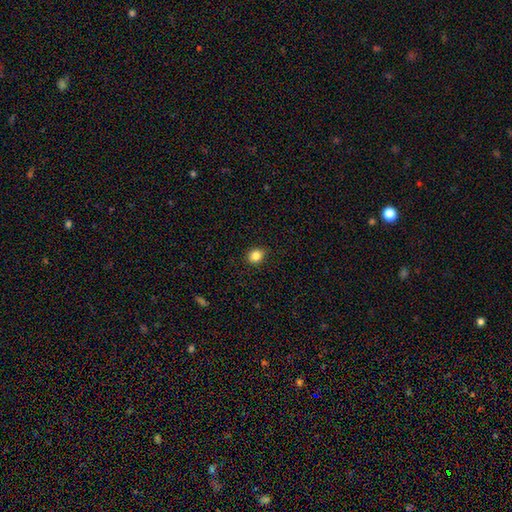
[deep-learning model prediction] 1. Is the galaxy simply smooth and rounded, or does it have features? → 84% smooth, 11% star or artifact, 5% featured or disk.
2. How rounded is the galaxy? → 64% round, 35% in between, 1% cigar-shaped.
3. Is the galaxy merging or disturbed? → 89% none, 9% minor disturbance, 2% major disturbance, 1% merger.